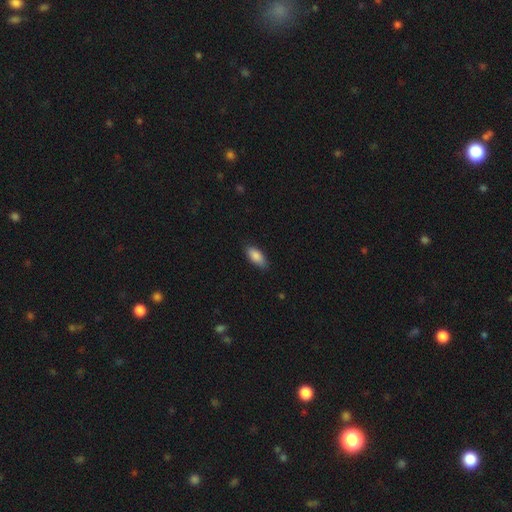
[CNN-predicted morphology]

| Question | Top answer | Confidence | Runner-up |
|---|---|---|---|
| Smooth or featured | smooth | 87% | featured or disk (7%) |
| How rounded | in between | 86% | cigar-shaped (12%) |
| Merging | none | 83% | minor disturbance (14%) |